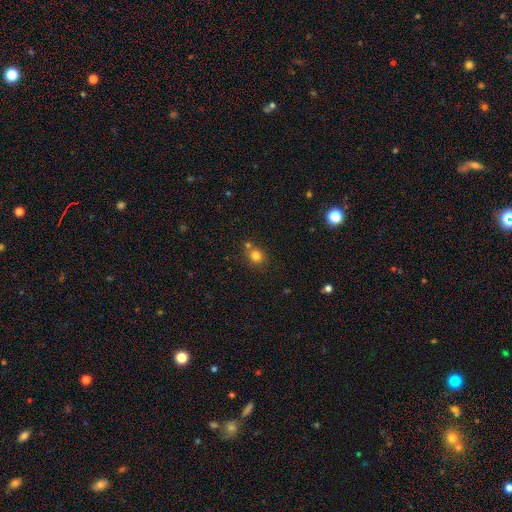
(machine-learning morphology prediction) smooth_or_featured: smooth (p=0.80) [alt: star or artifact p=0.13]
how_rounded: round (p=0.79) [alt: in between p=0.20]
merging: none (p=0.66) [alt: merger p=0.20]